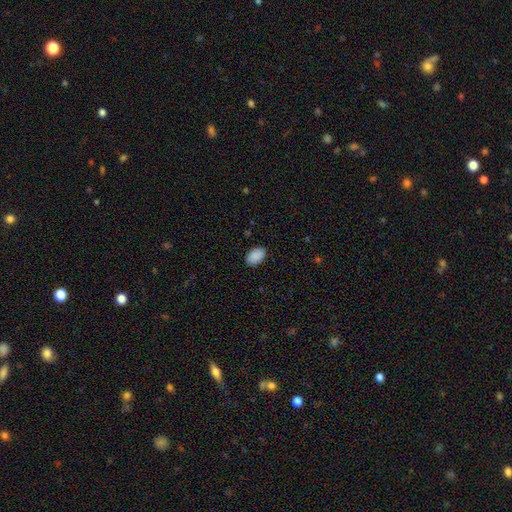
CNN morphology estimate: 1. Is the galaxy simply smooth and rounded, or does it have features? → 91% smooth, 6% star or artifact, 3% featured or disk.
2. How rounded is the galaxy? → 91% in between, 8% round, 1% cigar-shaped.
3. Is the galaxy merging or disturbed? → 88% none, 9% minor disturbance, 2% major disturbance, 1% merger.